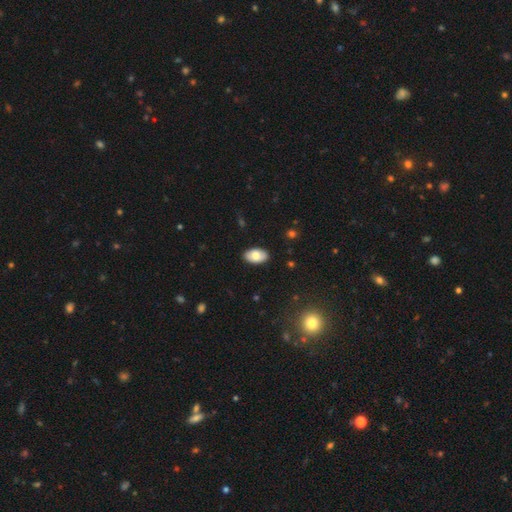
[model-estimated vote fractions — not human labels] Overall: smooth (74%). How rounded: in between (94%). Merging: none (88%).